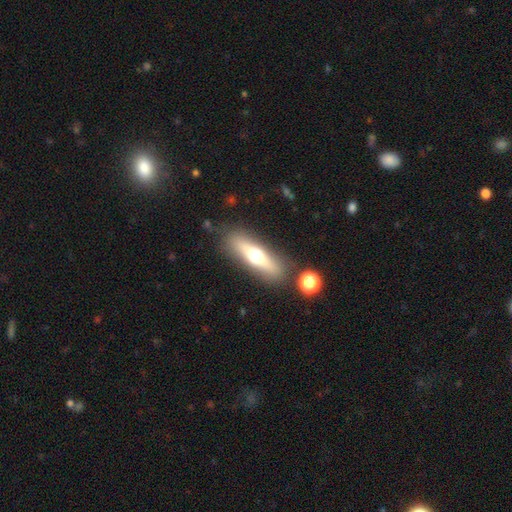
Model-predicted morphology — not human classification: Smooth or featured? Predicted: featured or disk (p=0.47). Merging? Predicted: none (p=0.82).